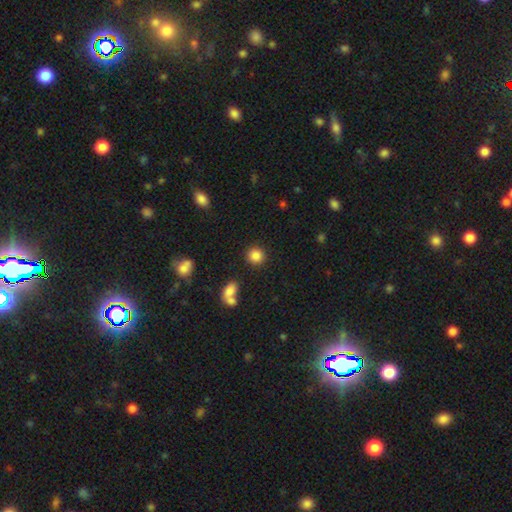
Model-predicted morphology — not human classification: Smooth or featured? Predicted: smooth (p=0.86). How rounded? Predicted: round (p=0.89). Merging? Predicted: none (p=0.87).